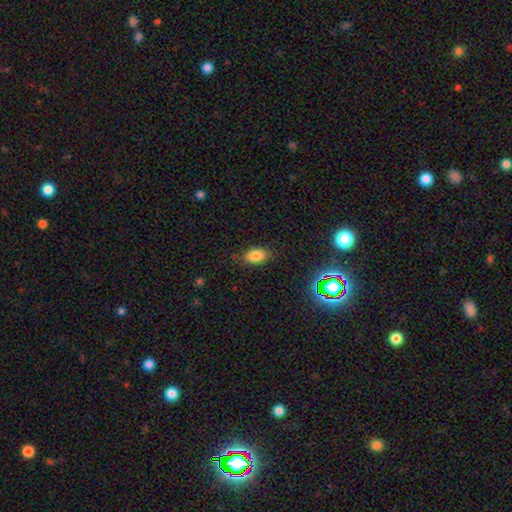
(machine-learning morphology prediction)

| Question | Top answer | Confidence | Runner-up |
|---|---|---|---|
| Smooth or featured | smooth | 80% | star or artifact (12%) |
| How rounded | in between | 88% | round (10%) |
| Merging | none | 83% | minor disturbance (12%) |